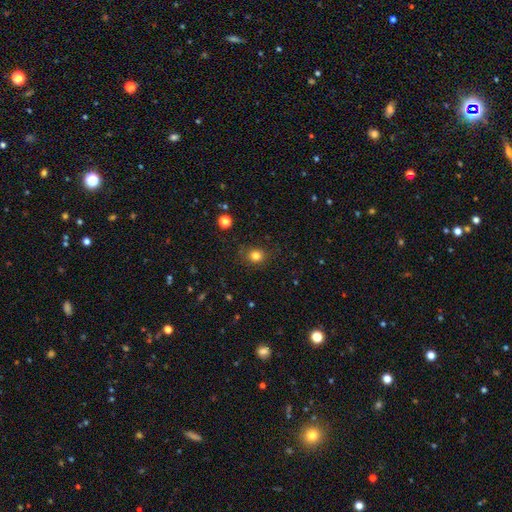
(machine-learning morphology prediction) A smooth galaxy with no disk features (80%) that is round (76%).

Vote fractions:
- Smooth or featured? smooth: 80% / star or artifact: 14% / featured or disk: 6%
- How rounded? round: 76% / in between: 23% / cigar-shaped: 1%
- Merging? none: 84% / minor disturbance: 11% / major disturbance: 4% / merger: 2%